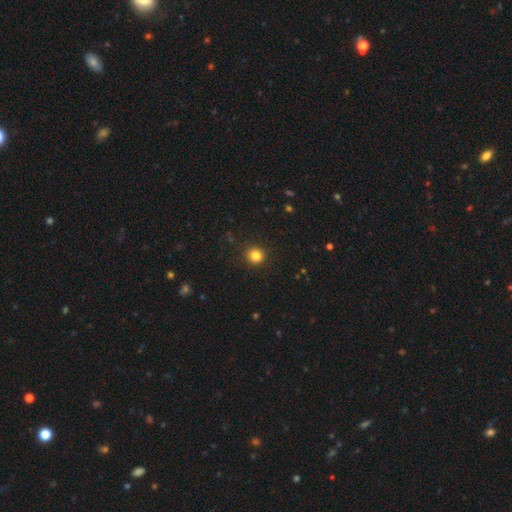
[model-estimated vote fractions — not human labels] This is clearly a smooth galaxy (83%). How rounded: clearly round (91%). Merging: clearly none (91%).